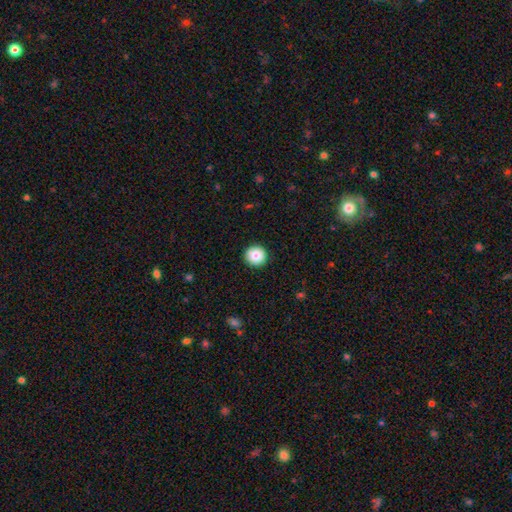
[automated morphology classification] type=smooth (83%); roundness=round (95%); merging=none (92%).